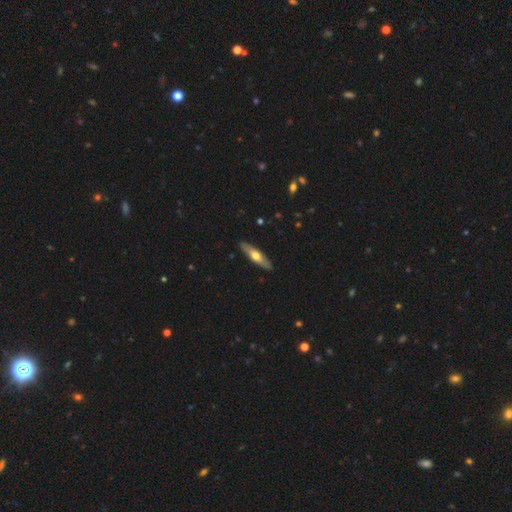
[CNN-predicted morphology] smooth_or_featured: smooth (p=0.48) [alt: featured or disk p=0.47]
merging: none (p=0.90) [alt: minor disturbance p=0.07]